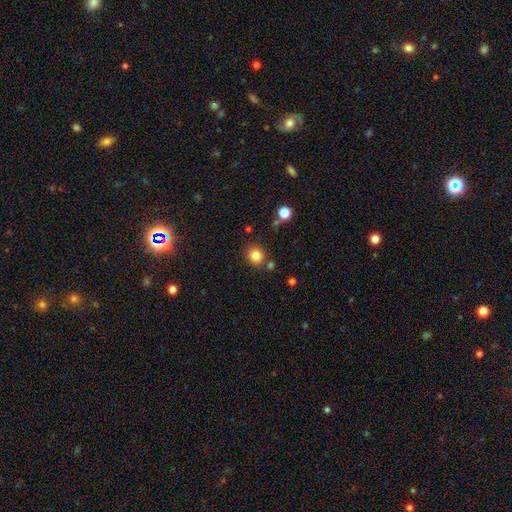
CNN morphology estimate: This is clearly a smooth galaxy (83%). How rounded: clearly round (89%). Merging: clearly none (81%).